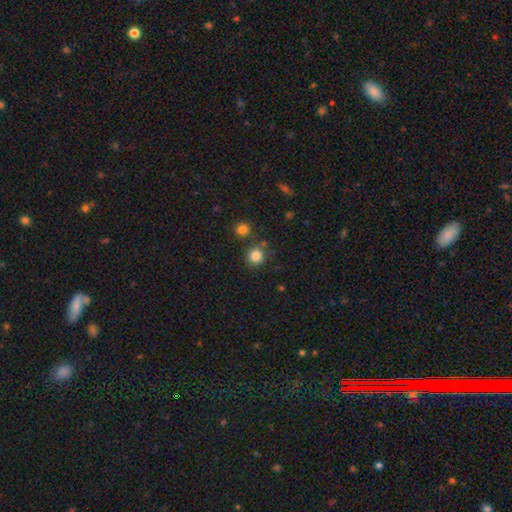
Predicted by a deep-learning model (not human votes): smooth 84%, star or artifact 11%, featured or disk 5%. Down the decision tree: how rounded — round (90%); merging — none (79%).